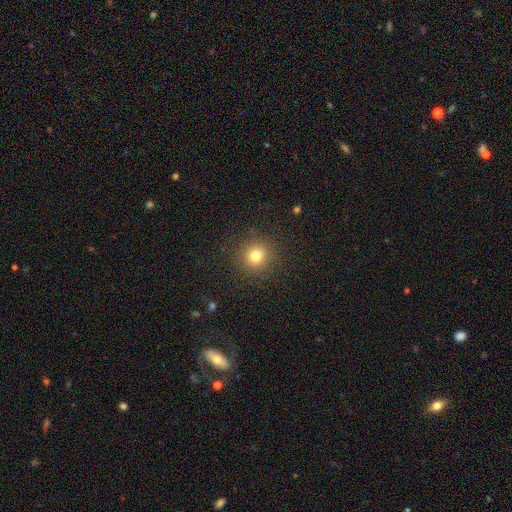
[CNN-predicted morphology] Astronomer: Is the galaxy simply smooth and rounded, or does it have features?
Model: smooth — 78%.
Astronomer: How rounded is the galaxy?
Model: round — 91%.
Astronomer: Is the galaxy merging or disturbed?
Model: none — 89%.